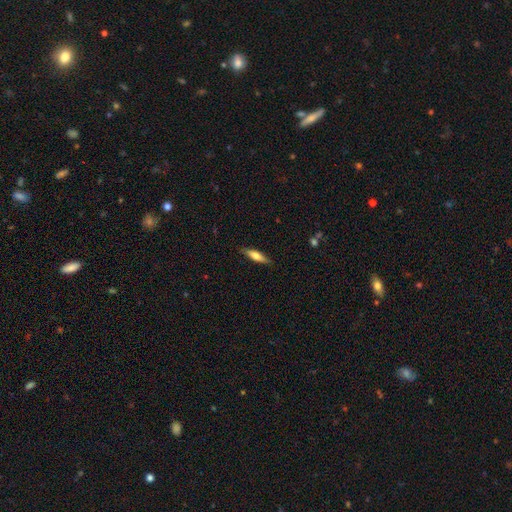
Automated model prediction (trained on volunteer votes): smooth 59%, featured or disk 35%, star or artifact 6%. Down the decision tree: how rounded — cigar-shaped (71%); merging — none (86%).